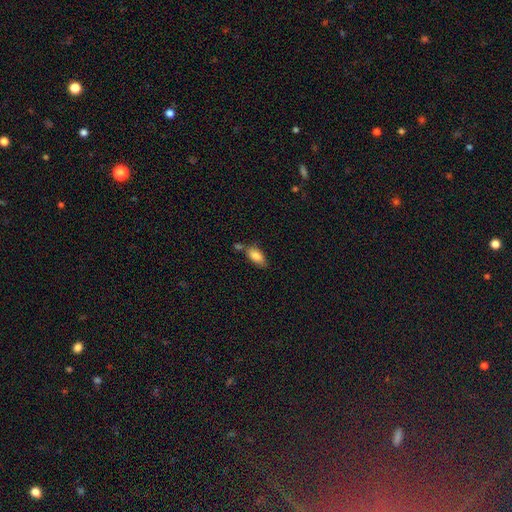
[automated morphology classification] Overall: smooth (83%). How rounded: in between (88%). Merging: none (57%; merger 21%).